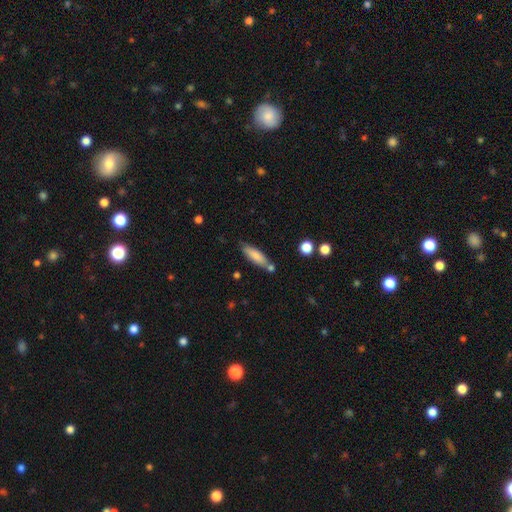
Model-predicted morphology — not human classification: Overall: smooth (79%). How rounded: cigar-shaped (60%; in between 38%). Merging: none (68%).